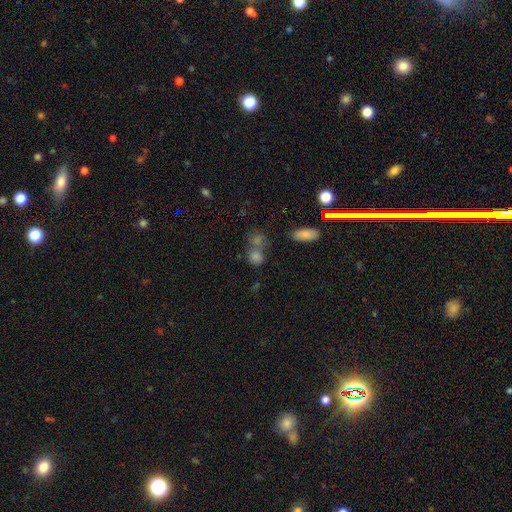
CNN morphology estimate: This is likely a smooth galaxy (63%). How rounded: possibly round (58%). Merging: marginally none (42%).